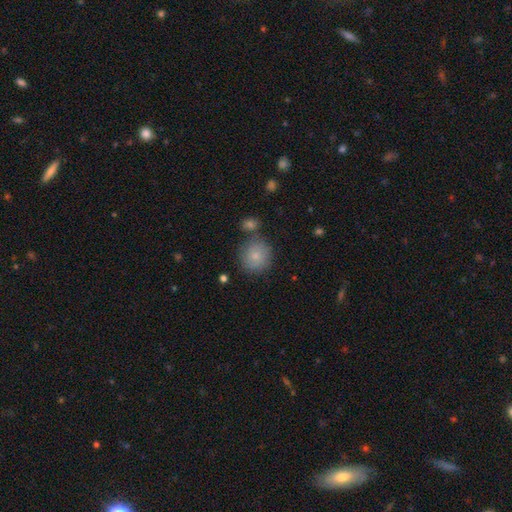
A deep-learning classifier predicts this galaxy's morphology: Overall: smooth (81%). How rounded: round (90%). Merging: none (74%).